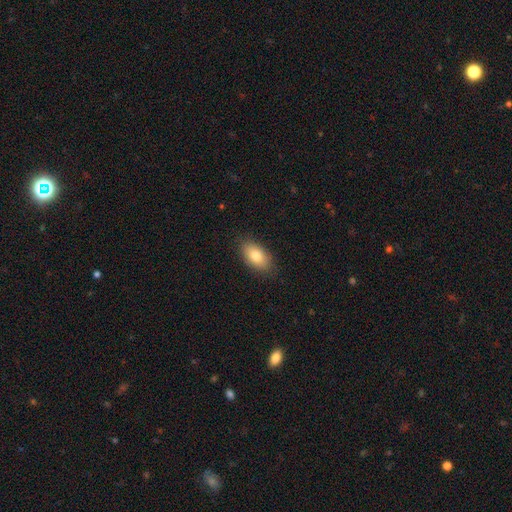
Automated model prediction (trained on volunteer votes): Q: Smooth or featured?
A: smooth (81%); runner-up: featured or disk (12%)
Q: How rounded?
A: in between (91%); runner-up: round (5%)
Q: Merging?
A: none (86%); runner-up: minor disturbance (10%)